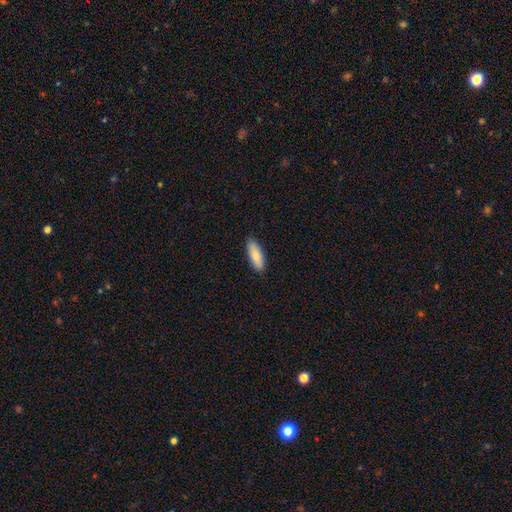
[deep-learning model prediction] smooth-or-featured: smooth: 86% | featured or disk: 8% | star or artifact: 6%
  how-rounded: in between: 61% | cigar-shaped: 38% | round: 2%
  merging: none: 89% | minor disturbance: 9% | major disturbance: 2% | merger: 1%